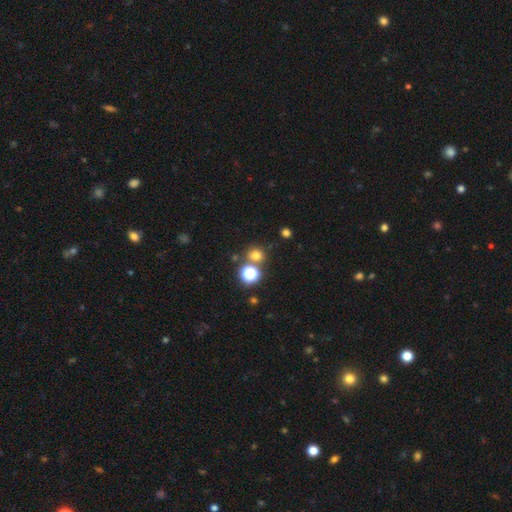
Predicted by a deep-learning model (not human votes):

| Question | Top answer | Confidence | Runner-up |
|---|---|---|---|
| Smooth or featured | smooth | 70% | star or artifact (24%) |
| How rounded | round | 89% | in between (10%) |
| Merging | none | 75% | merger (14%) |